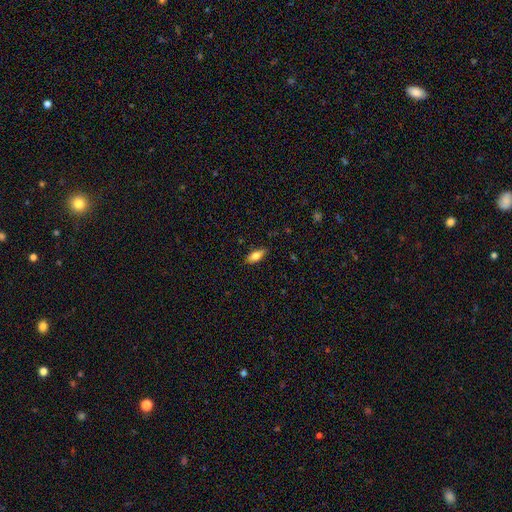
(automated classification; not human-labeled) This is likely a smooth galaxy (76%). How rounded: likely in between (79%). Merging: clearly none (86%).